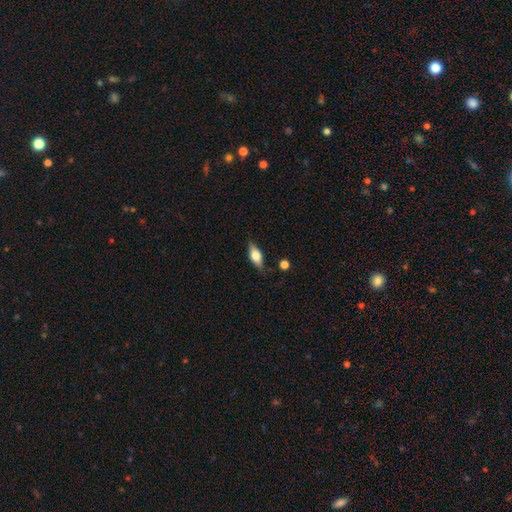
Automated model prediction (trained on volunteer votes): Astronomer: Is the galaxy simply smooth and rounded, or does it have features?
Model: smooth — 55% (runner-up: featured or disk, 38%).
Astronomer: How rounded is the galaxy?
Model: in between — 74%.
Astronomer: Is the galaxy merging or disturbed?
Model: none — 79%.